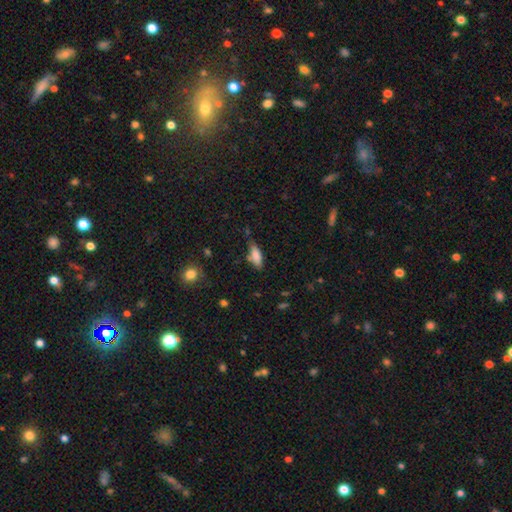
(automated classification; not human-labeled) A smooth galaxy with no disk features (80%) that is in between round and cigar-shaped (70%).

Vote fractions:
- Smooth or featured? smooth: 80% / featured or disk: 12% / star or artifact: 8%
- How rounded? in between: 70% / cigar-shaped: 28% / round: 2%
- Merging? none: 57% / minor disturbance: 31% / major disturbance: 8% / merger: 5%